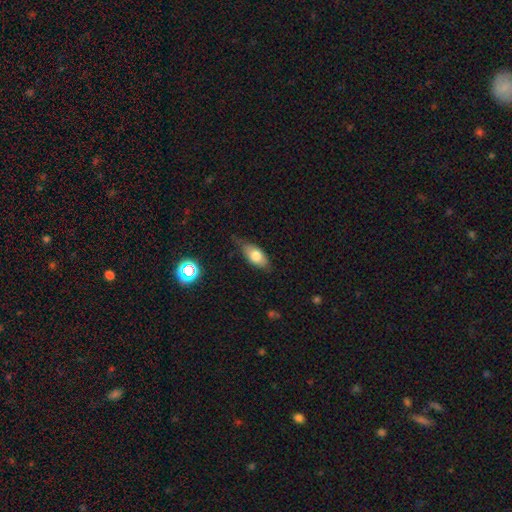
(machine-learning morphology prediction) A smooth galaxy with no disk features (73%) that is in between round and cigar-shaped (86%). Merging: none (68%).